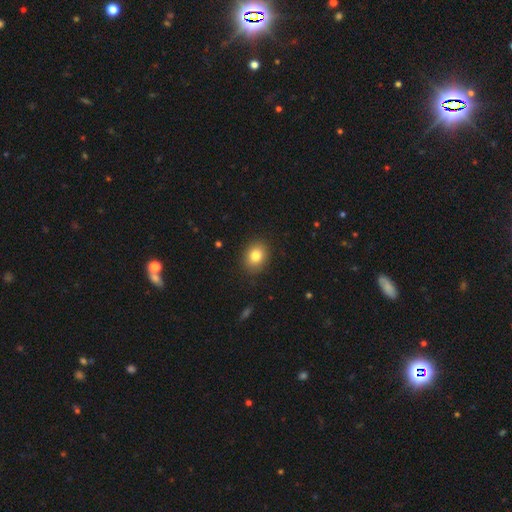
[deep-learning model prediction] Morphology: type=smooth (82%); roundness=round (50%); merging=none (88%).